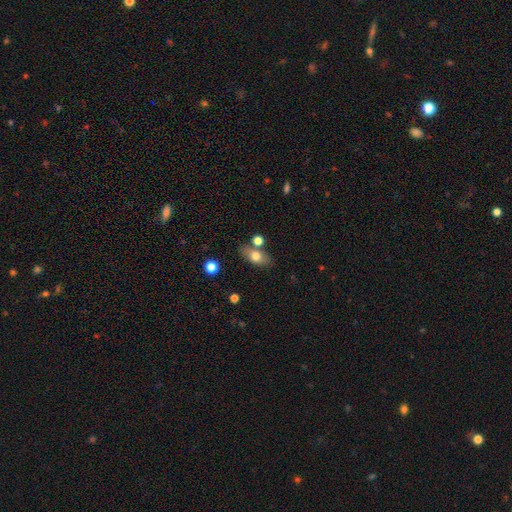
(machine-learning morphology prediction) This appears to be a smooth galaxy with no disk features (72%) that is in between round and cigar-shaped (83%). Merging: none (73%).